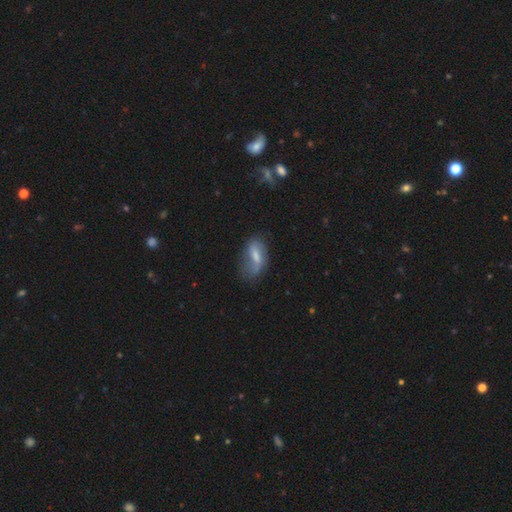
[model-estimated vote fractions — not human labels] Overall: smooth (52%; featured or disk 40%). How rounded: in between (83%). Merging: none (47%; minor disturbance 31%).